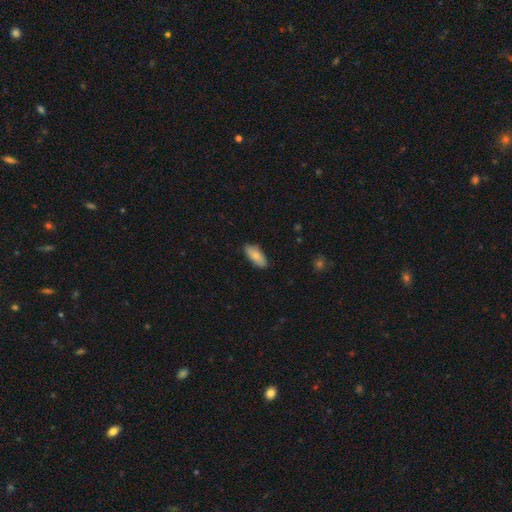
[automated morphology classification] type=smooth (84%); roundness=in between (76%); merging=none (84%).